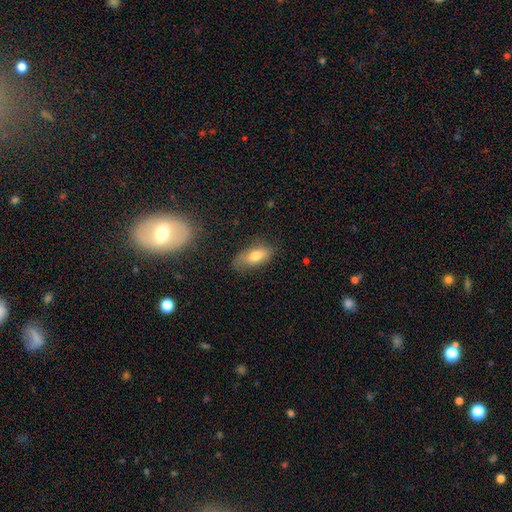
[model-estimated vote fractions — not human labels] The model was most divided on "merging": none: 66%, minor disturbance: 25%, major disturbance: 7%, merger: 2%. More confident: how rounded — in between (83%); smooth or featured — smooth (75%).